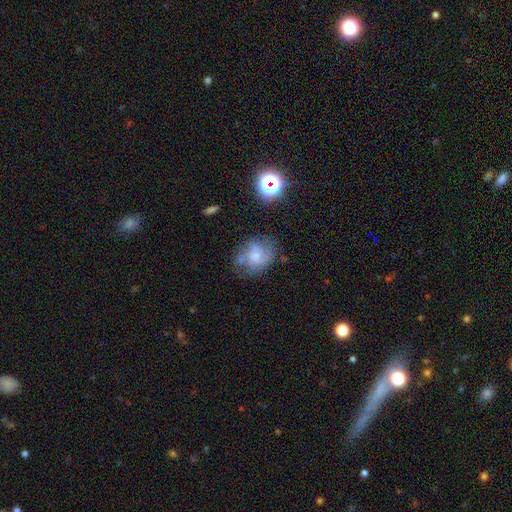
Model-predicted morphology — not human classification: smooth_or_featured: featured or disk (p=0.54) [alt: smooth p=0.35]
disk_edge_on: no (p=0.97) [alt: yes p=0.03]
bar: no (p=0.72) [alt: weak p=0.24]
has_spiral_arms: yes (p=0.71) [alt: no p=0.29]
bulge_size: moderate (p=0.41) [alt: small p=0.35]
merging: none (p=0.53) [alt: minor disturbance p=0.24]